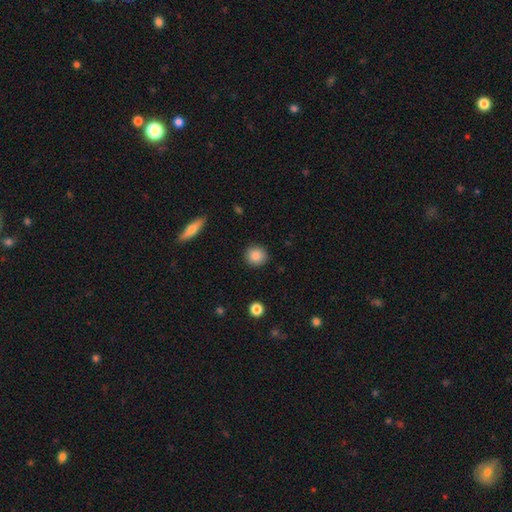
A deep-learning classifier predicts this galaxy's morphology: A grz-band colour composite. It shows a smooth galaxy with no disk features (87%) that is round (90%). Merging: none (90%).